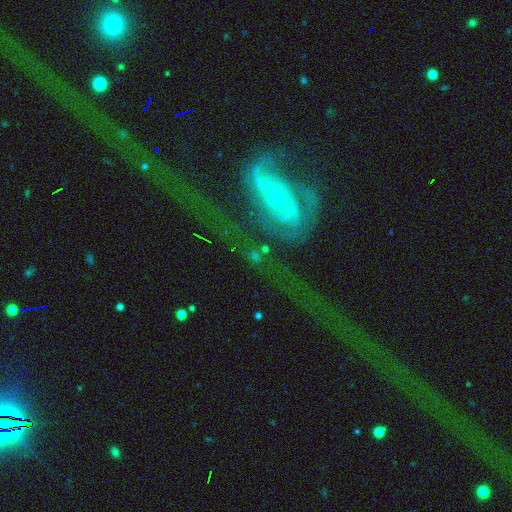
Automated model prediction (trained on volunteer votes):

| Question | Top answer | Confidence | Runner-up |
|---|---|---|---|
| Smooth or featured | featured or disk | 82% | smooth (10%) |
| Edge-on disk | no | 95% | yes (5%) |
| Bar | no | 46% | weak (31%) |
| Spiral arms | yes | 87% | no (13%) |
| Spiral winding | medium | 40% | loose (37%) |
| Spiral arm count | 2 | 61% | can't tell (16%) |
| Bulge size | small | 72% | moderate (23%) |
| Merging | major disturbance | 45% | none (38%) |